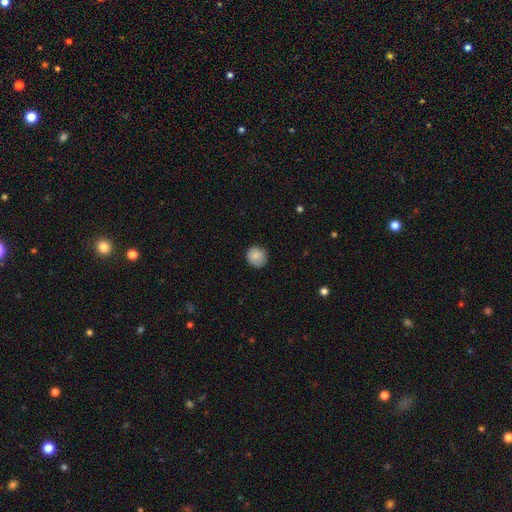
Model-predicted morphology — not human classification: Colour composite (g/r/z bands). It shows a smooth galaxy with no disk features (86%) that is round (89%). Merging: none (84%).